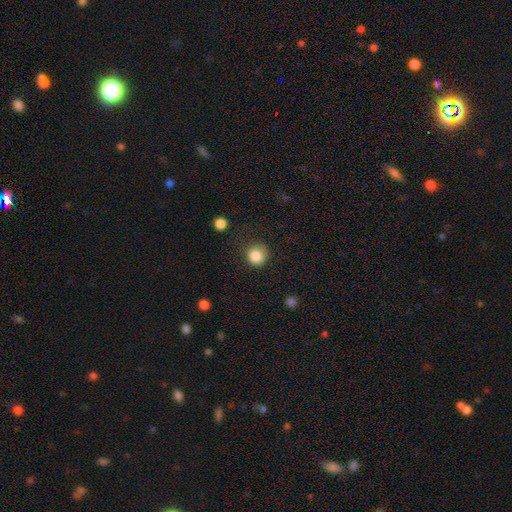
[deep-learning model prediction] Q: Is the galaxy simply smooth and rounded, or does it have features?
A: smooth — 85%.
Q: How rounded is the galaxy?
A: round — 88%.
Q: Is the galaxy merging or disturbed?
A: none — 71%.